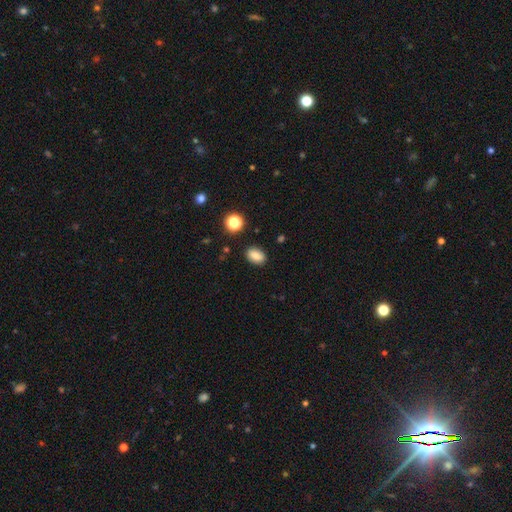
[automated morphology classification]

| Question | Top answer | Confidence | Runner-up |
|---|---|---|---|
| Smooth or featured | smooth | 83% | star or artifact (11%) |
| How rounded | in between | 79% | round (20%) |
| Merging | none | 87% | minor disturbance (9%) |